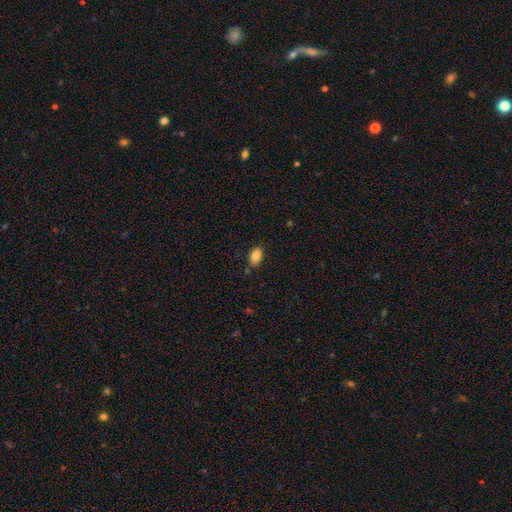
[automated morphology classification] A smooth galaxy with no disk features (85%) that is in between round and cigar-shaped (89%).

Vote fractions:
- Smooth or featured? smooth: 85% / star or artifact: 8% / featured or disk: 7%
- How rounded? in between: 89% / round: 10% / cigar-shaped: 2%
- Merging? none: 83% / minor disturbance: 12% / merger: 3% / major disturbance: 2%